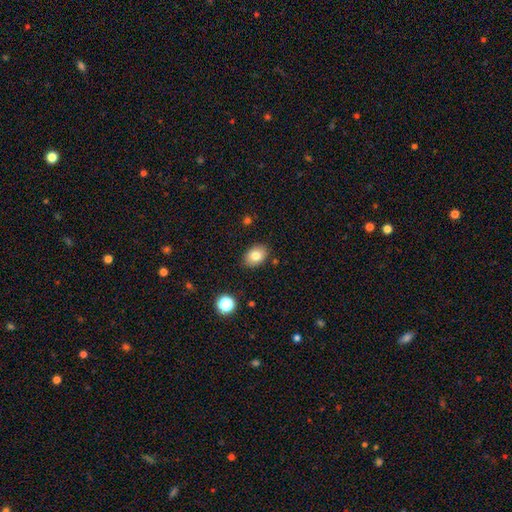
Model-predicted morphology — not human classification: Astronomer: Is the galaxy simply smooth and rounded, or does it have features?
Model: smooth — 81%.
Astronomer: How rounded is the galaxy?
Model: in between — 75%.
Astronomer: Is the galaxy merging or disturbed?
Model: none — 85%.